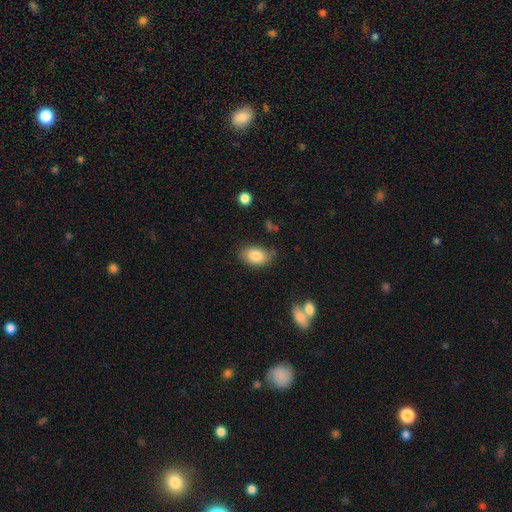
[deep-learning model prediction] This is clearly a smooth galaxy (85%). How rounded: clearly in between (90%). Merging: likely none (79%).